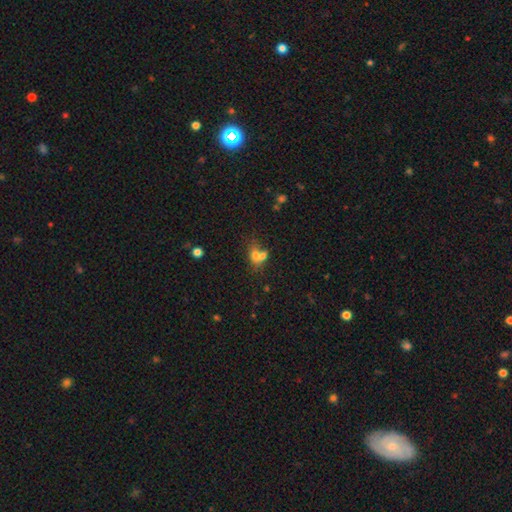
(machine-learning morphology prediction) smooth_or_featured: smooth (p=0.67) [alt: featured or disk p=0.18]
how_rounded: in between (p=0.60) [alt: round p=0.38]
merging: merger (p=0.57) [alt: none p=0.28]